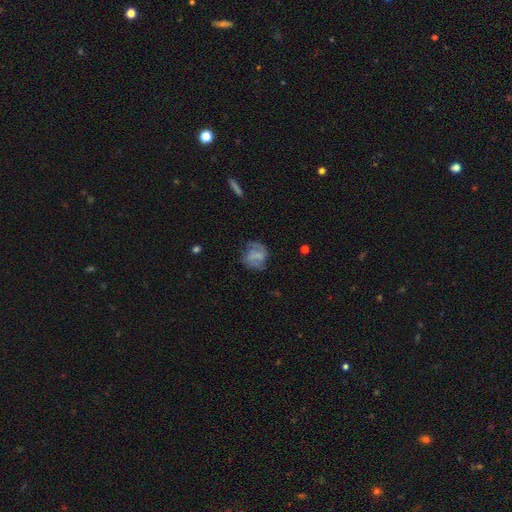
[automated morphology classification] featured or disk 54%, smooth 37%, star or artifact 9%. Down the decision tree: edge-on disk — no (97%); bar — no (44%); spiral arms — yes (77%); bulge size — none (57%); merging — none (57%).